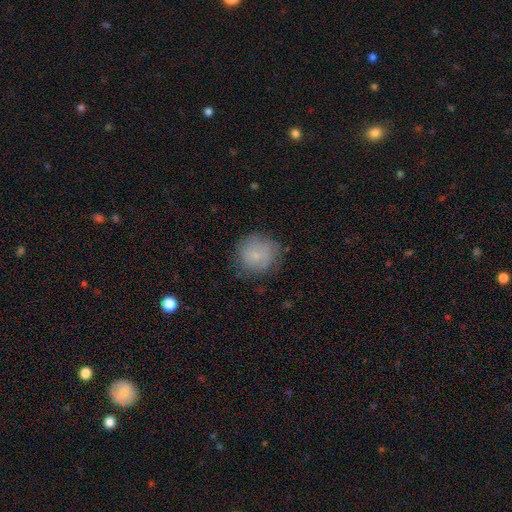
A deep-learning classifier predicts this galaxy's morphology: Smooth or featured? smooth (75%)
How rounded? round (90%)
Merging? none (73%)